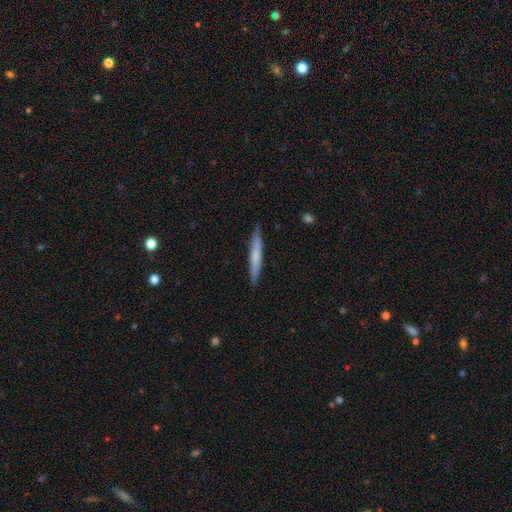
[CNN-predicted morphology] smooth_or_featured: smooth (p=0.62) [alt: featured or disk p=0.33]
how_rounded: cigar-shaped (p=0.96) [alt: in between p=0.03]
merging: none (p=0.89) [alt: minor disturbance p=0.08]